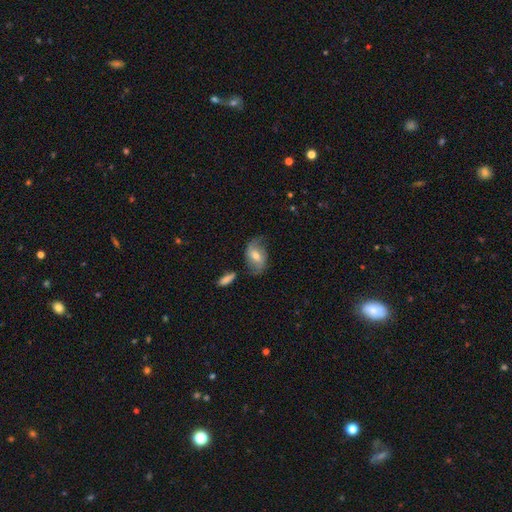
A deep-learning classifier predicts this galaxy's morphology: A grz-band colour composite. It shows a featured or disk galaxy (49%). Merging: none (60%).